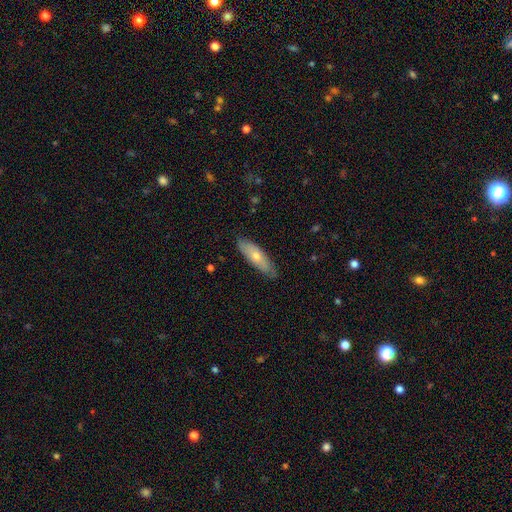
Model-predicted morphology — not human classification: type=smooth (56%); roundness=cigar-shaped (56%); merging=none (83%).